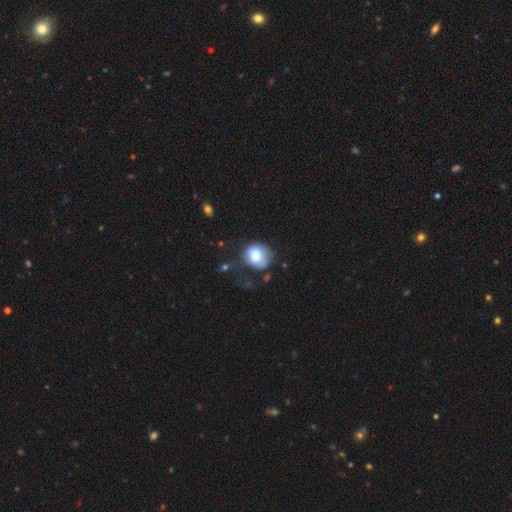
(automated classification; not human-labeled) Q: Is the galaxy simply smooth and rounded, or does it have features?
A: smooth — 76%.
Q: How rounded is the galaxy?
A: round — 78%.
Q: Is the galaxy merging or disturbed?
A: none — 48%.